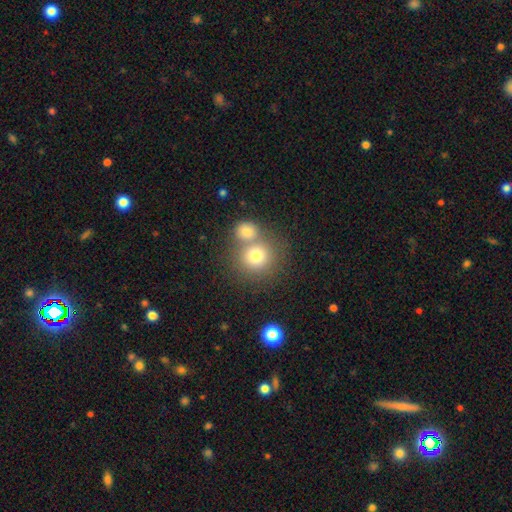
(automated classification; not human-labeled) The model was most divided on "merging": none: 48%, merger: 41%, minor disturbance: 8%, major disturbance: 3%. More confident: how rounded — round (87%); smooth or featured — smooth (75%).